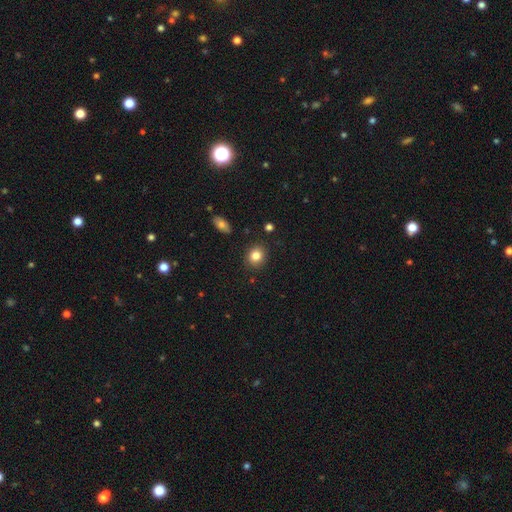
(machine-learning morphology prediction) type=smooth (83%); roundness=round (72%); merging=none (88%).